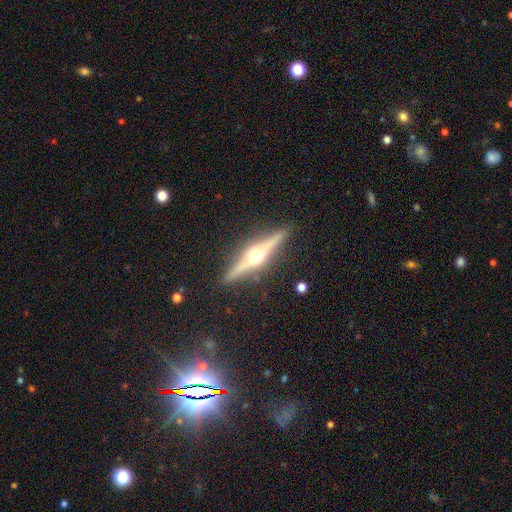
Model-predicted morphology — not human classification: featured or disk 81%, smooth 13%, star or artifact 6%. Down the decision tree: edge-on disk — yes (98%); edge-on bulge — rounded (96%); merging — none (90%).